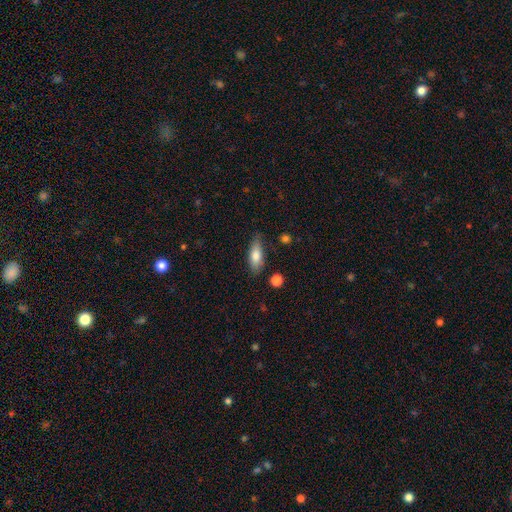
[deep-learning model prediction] Smooth or featured?
  - smooth: 79% *
  - featured or disk: 14%
  - star or artifact: 7%
How rounded?
  - in between: 71% *
  - cigar-shaped: 27%
  - round: 3%
Merging?
  - none: 78% *
  - minor disturbance: 16%
  - major disturbance: 3%
  - merger: 2%